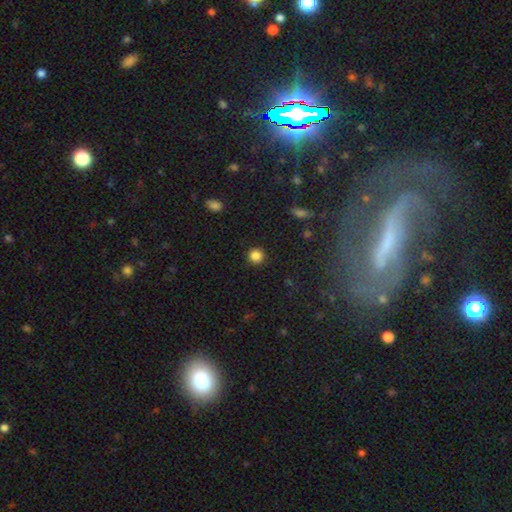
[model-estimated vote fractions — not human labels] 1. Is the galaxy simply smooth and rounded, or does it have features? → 85% smooth, 12% star or artifact, 3% featured or disk.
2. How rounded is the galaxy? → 94% round, 5% in between, 1% cigar-shaped.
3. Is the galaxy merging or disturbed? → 91% none, 6% minor disturbance, 2% major disturbance, 1% merger.